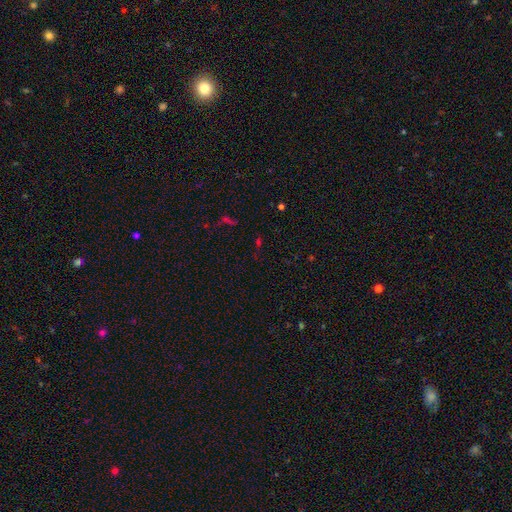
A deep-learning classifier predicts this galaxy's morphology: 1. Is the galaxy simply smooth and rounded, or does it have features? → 64% star or artifact, 26% smooth, 10% featured or disk.